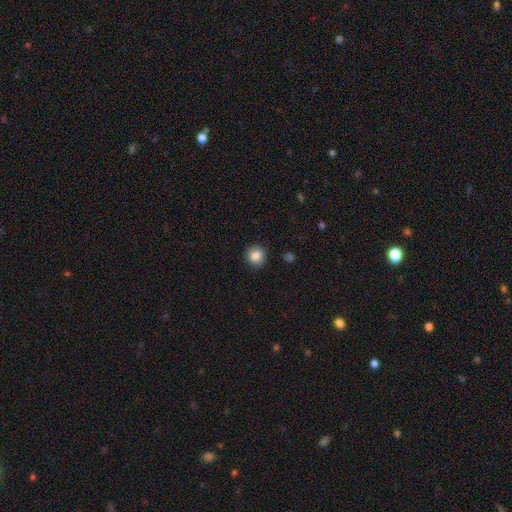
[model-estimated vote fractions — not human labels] The model was most divided on "how rounded": round: 84%, in between: 15%, cigar-shaped: 1%. More confident: merging — none (87%); smooth or featured — smooth (84%).